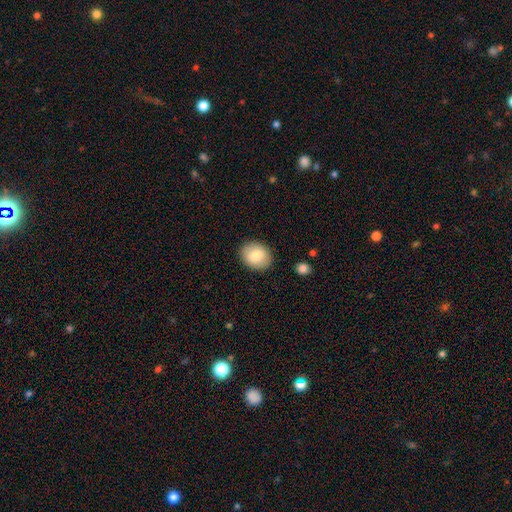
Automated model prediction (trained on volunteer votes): Smooth or featured: smooth — 80% (featured or disk — 12%)
How rounded: in between — 51% (round — 48%)
Merging: none — 88% (minor disturbance — 8%)